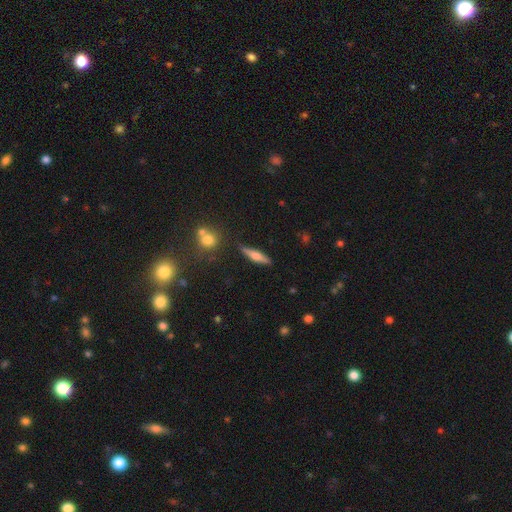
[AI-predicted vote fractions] A smooth galaxy with no disk features (51%) that is cigar-shaped (78%). Merging: none (84%).